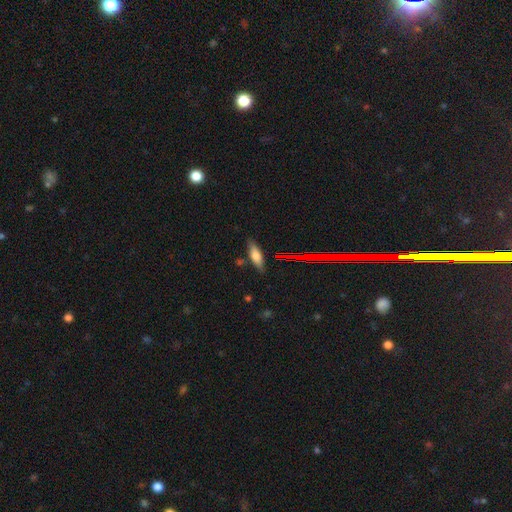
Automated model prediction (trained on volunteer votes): smooth_or_featured: smooth (p=0.68) [alt: featured or disk p=0.22]
how_rounded: in between (p=0.58) [alt: cigar-shaped p=0.40]
merging: none (p=0.79) [alt: minor disturbance p=0.15]